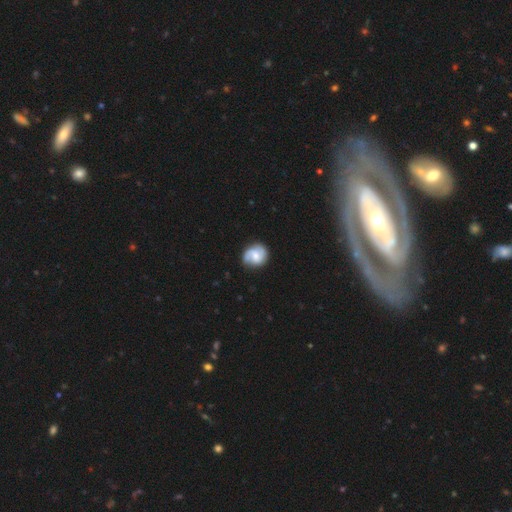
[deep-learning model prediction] A featured or disk galaxy (64%) with no bar (52%), 2 (72%) medium (42%) spiral arms (92%) and a moderate central bulge (49%).

Vote fractions:
- Smooth or featured? featured or disk: 64% / smooth: 29% / star or artifact: 6%
- Edge-on disk? no: 98% / yes: 2%
- Bar? no: 52% / weak: 41% / strong: 7%
- Spiral arms? yes: 92% / no: 8%
- Spiral winding? medium: 42% / tight: 34% / loose: 24%
- Spiral arm count? 2: 72% / can't tell: 11% / 1: 10% / 3: 4% / 4: 1% / more than 4: 1%
- Bulge size? moderate: 49% / small: 42% / none: 5% / large: 4% / dominant: 1%
- Merging? none: 74% / minor disturbance: 19% / major disturbance: 6% / merger: 2%